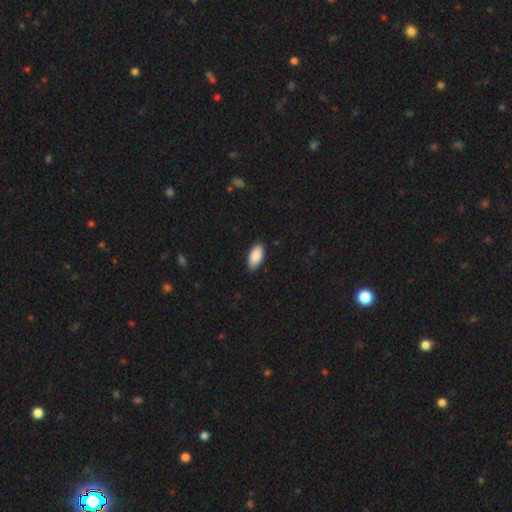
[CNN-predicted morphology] Q: Smooth or featured?
A: smooth (89%); runner-up: star or artifact (6%)
Q: How rounded?
A: in between (93%); runner-up: cigar-shaped (5%)
Q: Merging?
A: none (85%); runner-up: minor disturbance (12%)